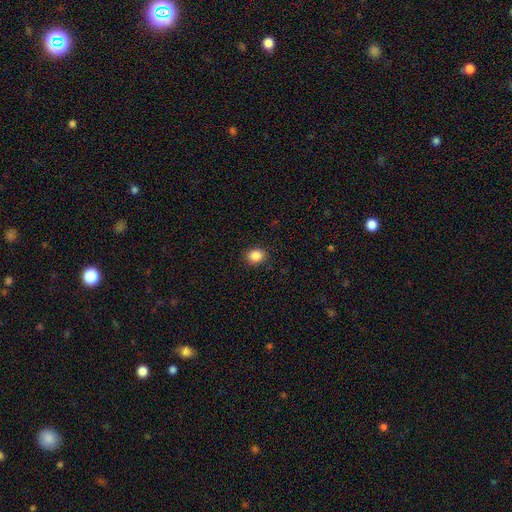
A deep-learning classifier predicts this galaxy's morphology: Smooth or featured? Predicted: smooth (p=0.87). How rounded? Predicted: round (p=0.57). Merging? Predicted: none (p=0.88).